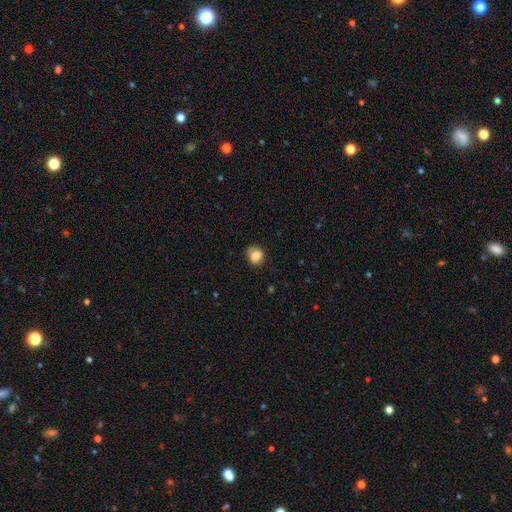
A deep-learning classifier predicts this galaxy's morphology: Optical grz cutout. It shows a smooth galaxy with no disk features (82%) that is round (68%). Merging: none (71%).